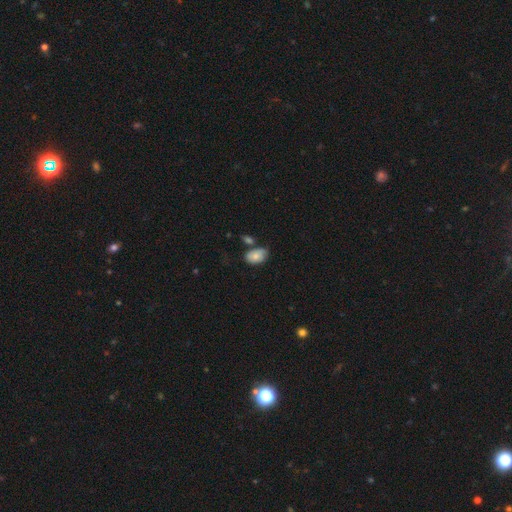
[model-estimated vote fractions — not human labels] Smooth or featured? Predicted: smooth (p=0.75). How rounded? Predicted: in between (p=0.90). Merging? Predicted: none (p=0.55).